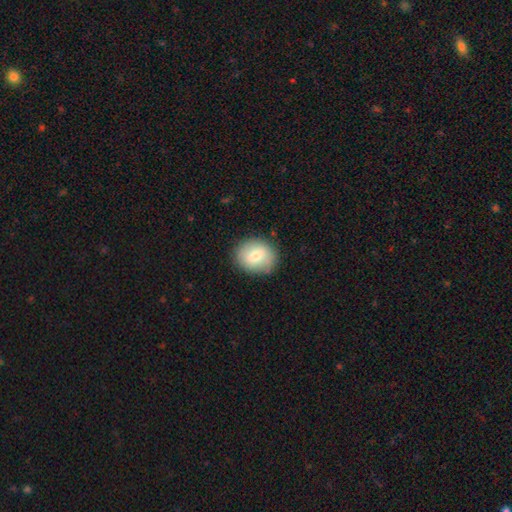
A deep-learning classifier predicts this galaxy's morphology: Smooth or featured: smooth — 72% (featured or disk — 20%)
How rounded: round — 56% (in between — 43%)
Merging: none — 84% (minor disturbance — 11%)